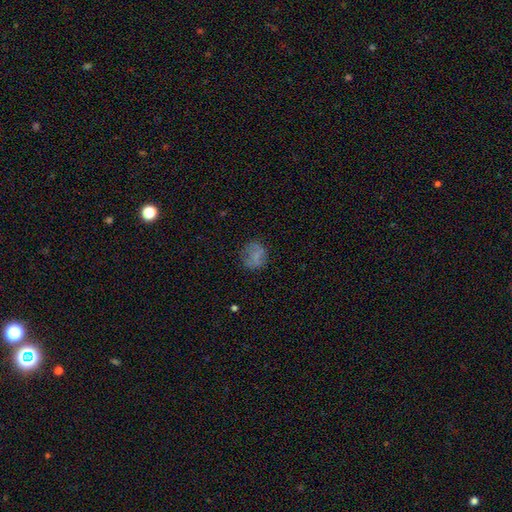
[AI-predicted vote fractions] This appears to be a smooth galaxy with no disk features (68%) that is round (72%). Merging: none (70%).